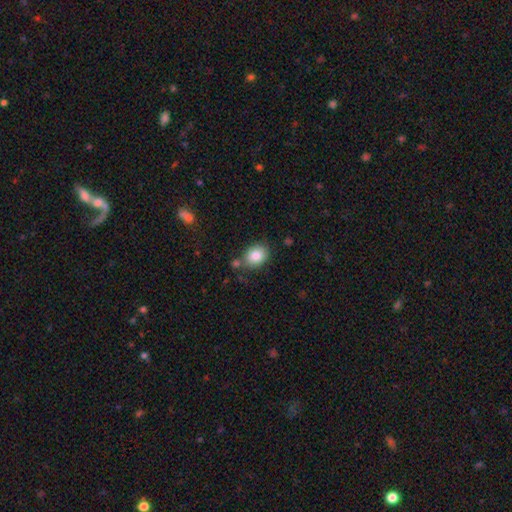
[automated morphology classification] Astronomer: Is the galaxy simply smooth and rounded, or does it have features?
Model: smooth — 85%.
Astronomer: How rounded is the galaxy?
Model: in between — 60% (runner-up: round, 39%).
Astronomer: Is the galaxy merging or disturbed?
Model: none — 73%.